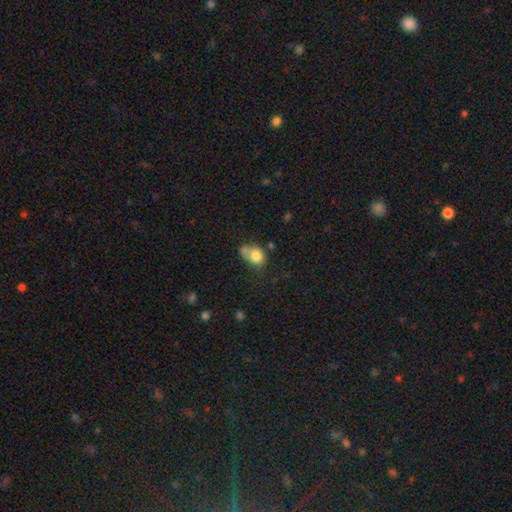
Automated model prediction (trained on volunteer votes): smooth 78%, featured or disk 12%, star or artifact 9%. Down the decision tree: how rounded — in between (56%); merging — none (33%).